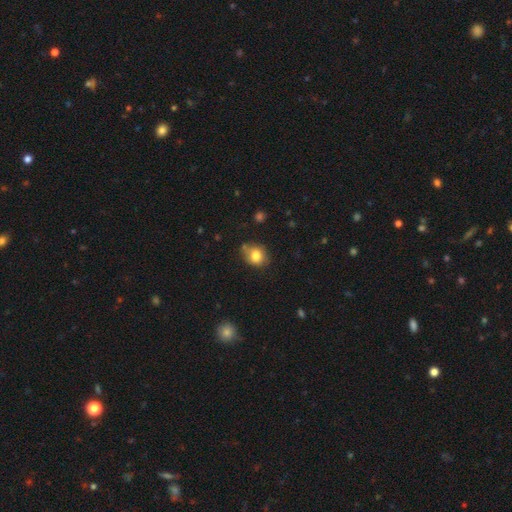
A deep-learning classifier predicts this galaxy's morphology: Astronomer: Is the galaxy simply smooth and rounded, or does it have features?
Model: smooth — 80%.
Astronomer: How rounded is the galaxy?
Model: round — 60% (runner-up: in between, 39%).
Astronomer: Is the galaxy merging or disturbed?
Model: none — 67%.